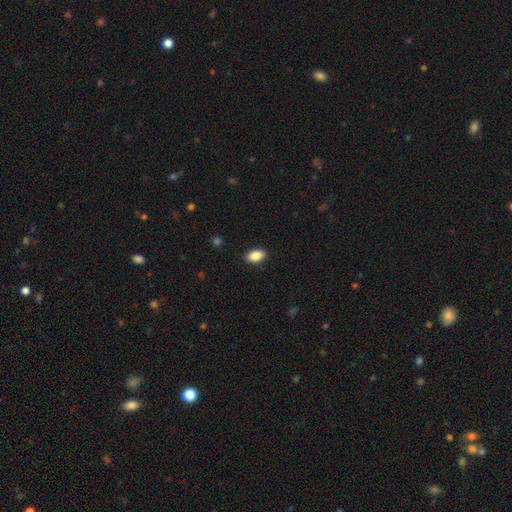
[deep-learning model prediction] A smooth galaxy with no disk features (89%) that is in between round and cigar-shaped (92%).

Vote fractions:
- Smooth or featured? smooth: 89% / star or artifact: 7% / featured or disk: 4%
- How rounded? in between: 92% / round: 6% / cigar-shaped: 2%
- Merging? none: 88% / minor disturbance: 9% / major disturbance: 2% / merger: 1%